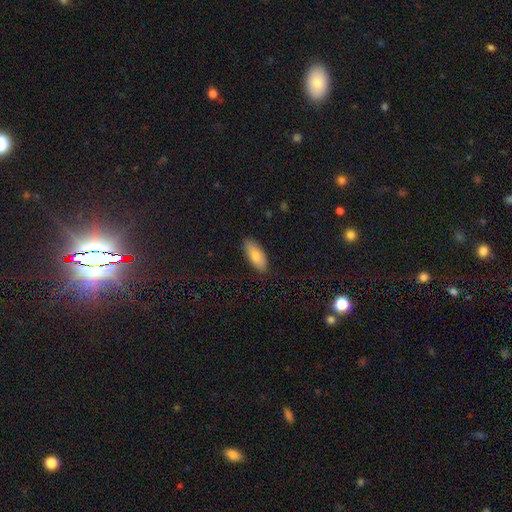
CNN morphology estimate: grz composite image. It shows a smooth galaxy with no disk features (81%) that is in between round and cigar-shaped (84%). Merging: none (86%).